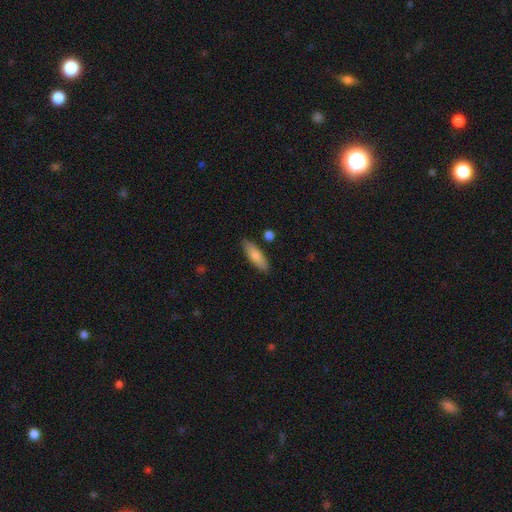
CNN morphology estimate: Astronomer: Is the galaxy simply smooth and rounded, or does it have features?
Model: smooth — 79%.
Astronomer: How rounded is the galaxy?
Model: cigar-shaped — 50% (runner-up: in between, 47%).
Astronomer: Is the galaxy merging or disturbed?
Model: none — 85%.